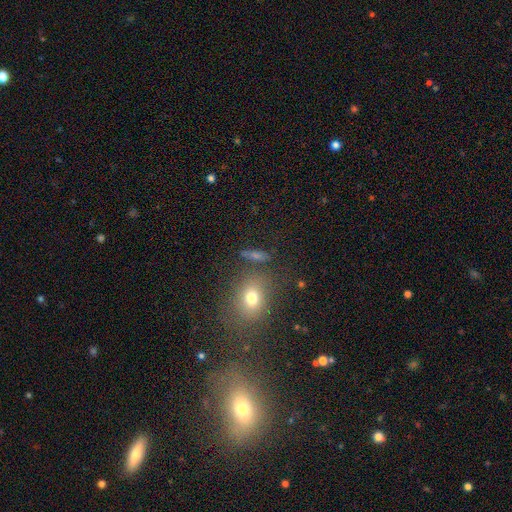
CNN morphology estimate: The model was most divided on "how rounded": in between: 51%, round: 32%, cigar-shaped: 17%. More confident: merging — none (73%); smooth or featured — smooth (56%).